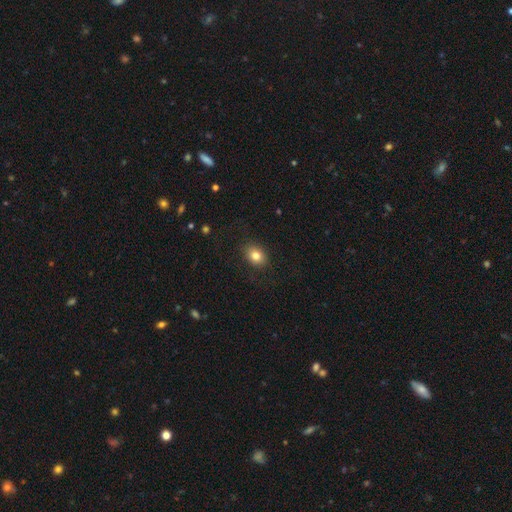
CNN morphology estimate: Smooth or featured? smooth (82%)
How rounded? in between (63%)
Merging? none (85%)